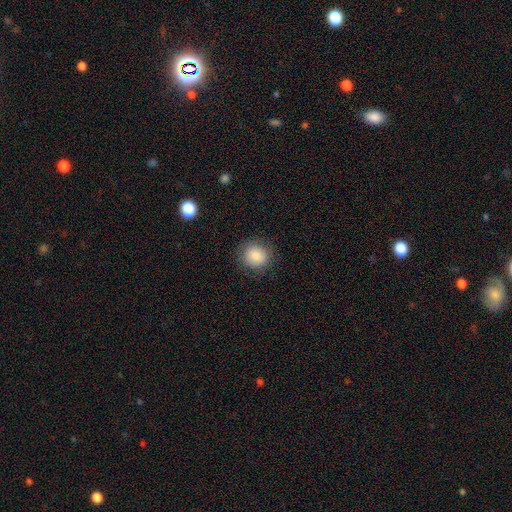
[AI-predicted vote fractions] Overall: smooth (84%). How rounded: round (87%). Merging: none (86%).